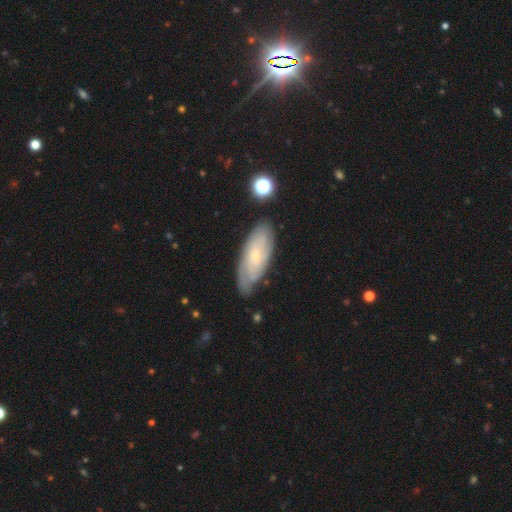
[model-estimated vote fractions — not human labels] Overall: featured or disk (59%; smooth 35%). Edge-on disk: no (87%). Bar: no (72%). Spiral arms: yes (83%). Bulge size: small (74%). Merging: none (71%).